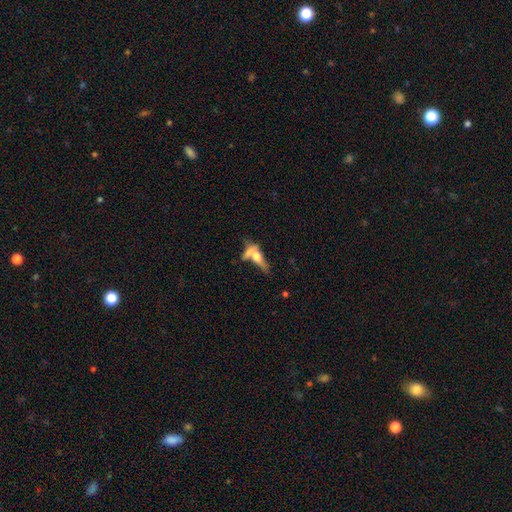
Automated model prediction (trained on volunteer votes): Smooth or featured? Predicted: smooth (p=0.50). How rounded? Predicted: in between (p=0.48). Merging? Predicted: merger (p=0.41).